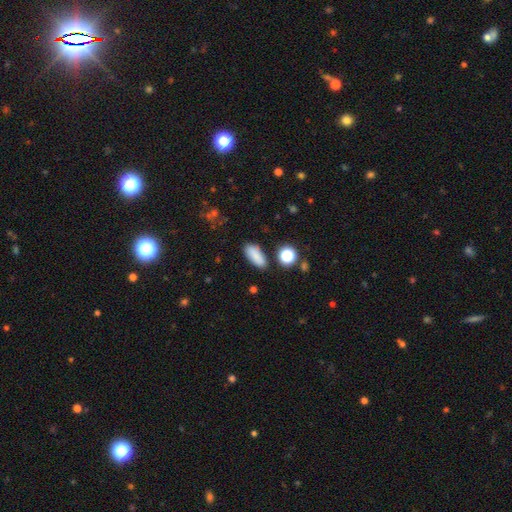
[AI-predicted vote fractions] Q: Smooth or featured?
A: smooth (84%); runner-up: star or artifact (10%)
Q: How rounded?
A: in between (79%); runner-up: cigar-shaped (16%)
Q: Merging?
A: none (81%); runner-up: minor disturbance (12%)